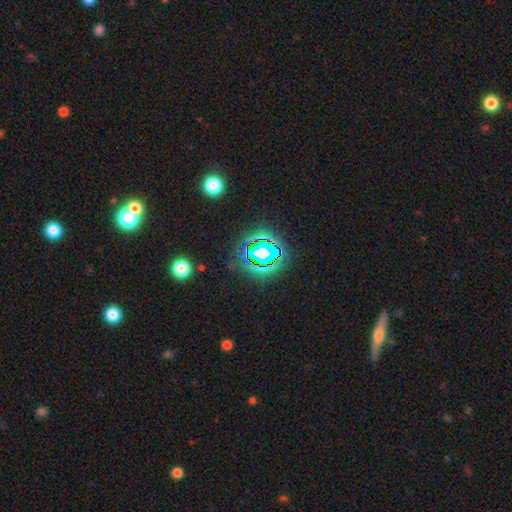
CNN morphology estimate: Smooth or featured: star or artifact — 77% (smooth — 14%)